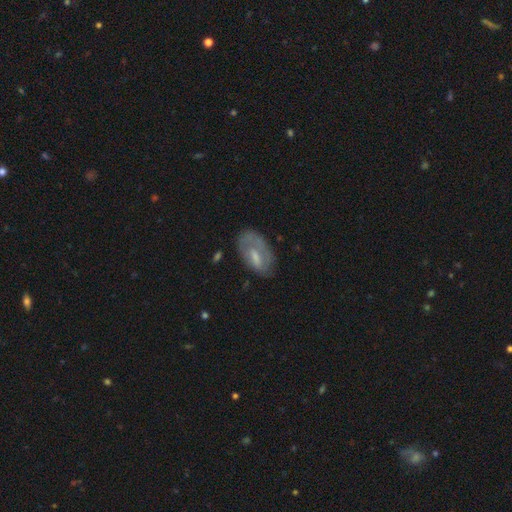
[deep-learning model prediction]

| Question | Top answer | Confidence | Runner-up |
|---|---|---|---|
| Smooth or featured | smooth | 47% | featured or disk (46%) |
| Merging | none | 54% | minor disturbance (27%) |